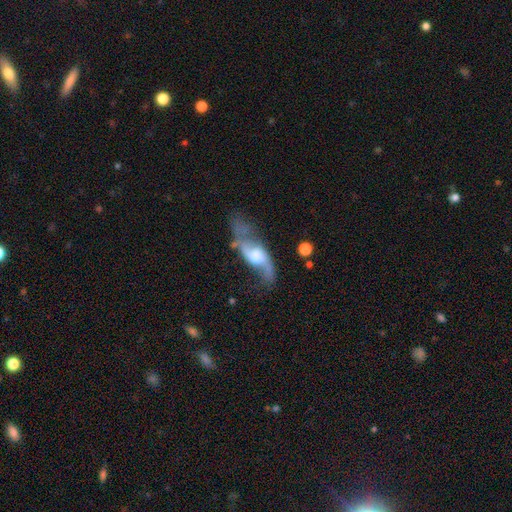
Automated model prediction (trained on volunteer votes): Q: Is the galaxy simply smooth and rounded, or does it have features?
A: featured or disk — 78%.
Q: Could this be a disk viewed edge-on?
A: no — 89%.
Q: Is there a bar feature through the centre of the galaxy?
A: weak — 44%.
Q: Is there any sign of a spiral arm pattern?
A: yes — 89%.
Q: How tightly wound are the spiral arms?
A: loose — 76%.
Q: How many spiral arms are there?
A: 2 — 88%.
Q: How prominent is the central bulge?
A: moderate — 38%.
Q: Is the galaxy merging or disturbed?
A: none — 45%.